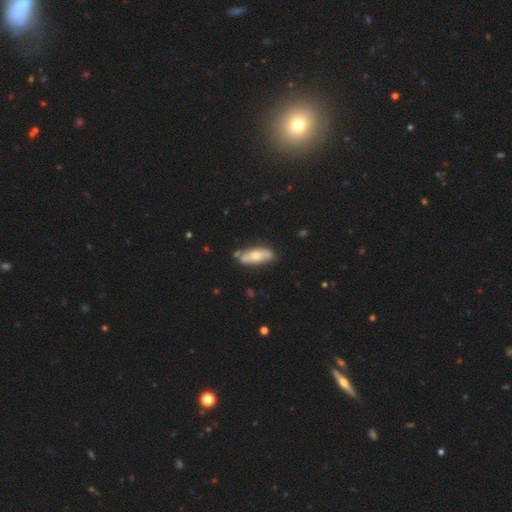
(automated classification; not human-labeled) A smooth galaxy with no disk features (55%) that is in between round and cigar-shaped (70%). Merging: none (71%).